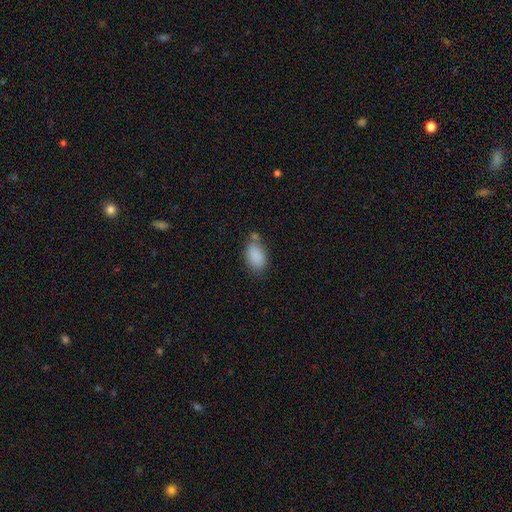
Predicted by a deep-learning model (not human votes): smooth_or_featured: smooth (p=0.88) [alt: star or artifact p=0.08]
how_rounded: in between (p=0.90) [alt: round p=0.08]
merging: none (p=0.63) [alt: minor disturbance p=0.20]